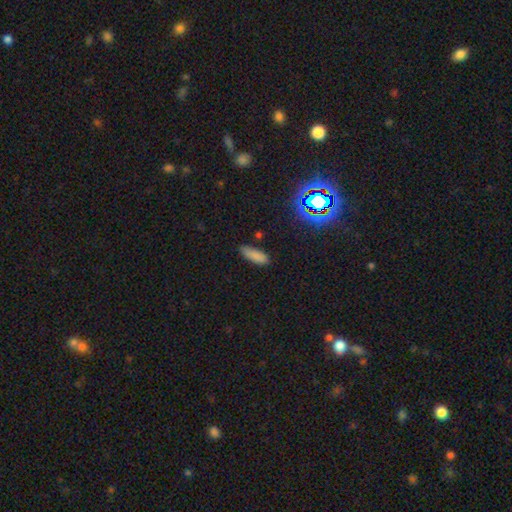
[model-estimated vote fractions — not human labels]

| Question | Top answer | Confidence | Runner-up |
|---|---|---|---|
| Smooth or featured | smooth | 82% | star or artifact (12%) |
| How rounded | in between | 55% | cigar-shaped (43%) |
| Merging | none | 80% | minor disturbance (15%) |